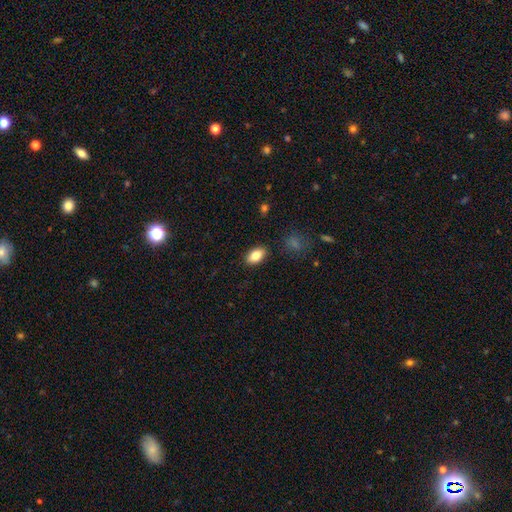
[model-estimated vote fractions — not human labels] smooth 84%, featured or disk 9%, star or artifact 8%. Down the decision tree: how rounded — in between (91%); merging — none (88%).